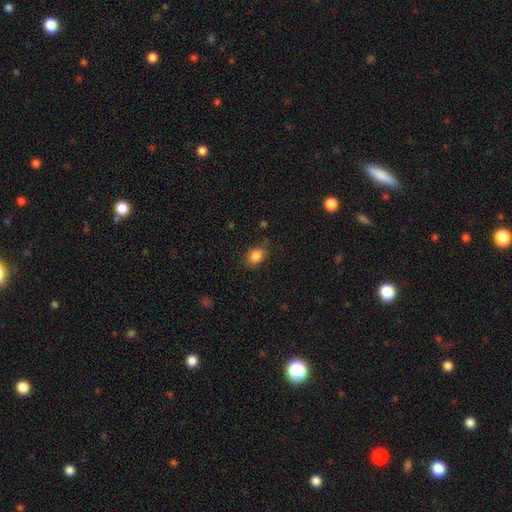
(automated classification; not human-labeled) A smooth galaxy with no disk features (85%) that is in between round and cigar-shaped (61%). Merging: none (77%).